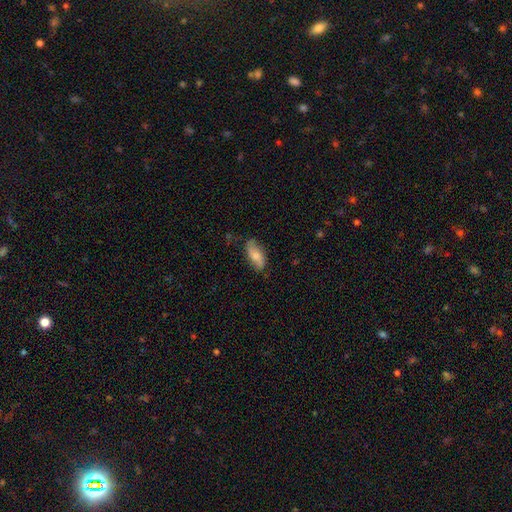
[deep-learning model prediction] A smooth galaxy with no disk features (64%) that is in between round and cigar-shaped (85%).

Vote fractions:
- Smooth or featured? smooth: 64% / featured or disk: 29% / star or artifact: 7%
- How rounded? in between: 85% / cigar-shaped: 13% / round: 3%
- Merging? none: 72% / minor disturbance: 22% / major disturbance: 5% / merger: 2%